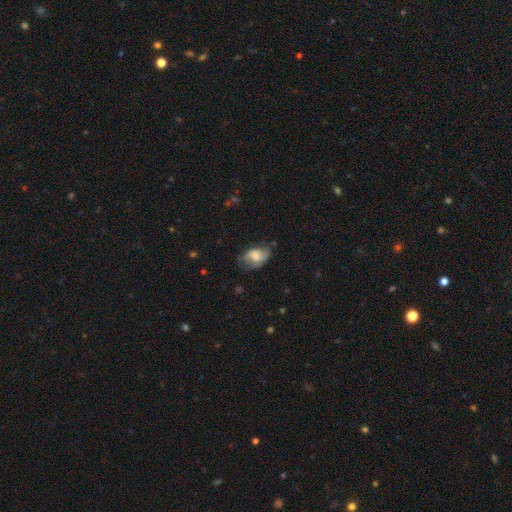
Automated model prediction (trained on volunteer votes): A smooth galaxy with no disk features (47%). Merging: none (49%).